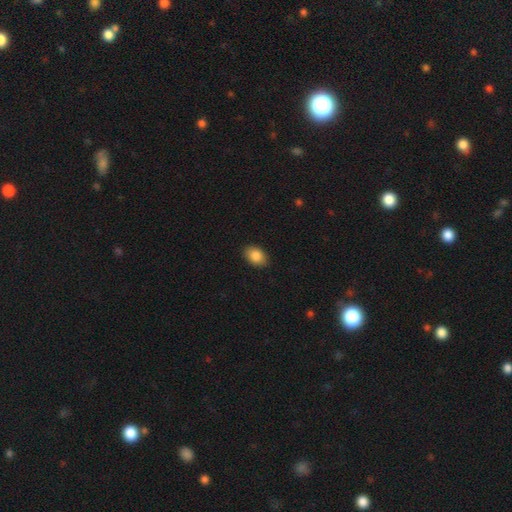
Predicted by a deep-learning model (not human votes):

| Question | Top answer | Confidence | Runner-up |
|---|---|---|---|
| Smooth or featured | smooth | 87% | star or artifact (8%) |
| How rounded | in between | 83% | round (16%) |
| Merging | none | 88% | minor disturbance (9%) |